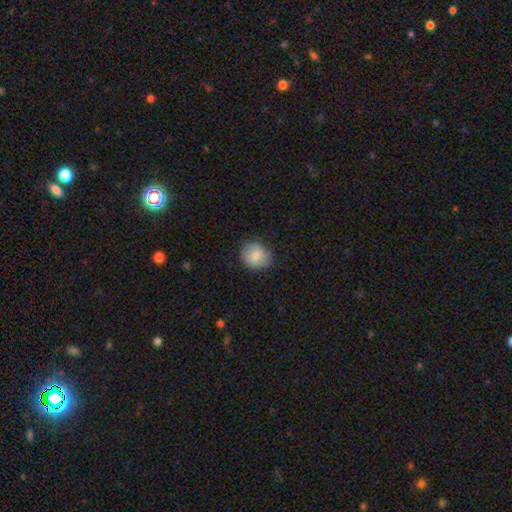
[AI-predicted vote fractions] A smooth galaxy with no disk features (80%) that is round (67%).

Vote fractions:
- Smooth or featured? smooth: 80% / featured or disk: 12% / star or artifact: 7%
- How rounded? round: 67% / in between: 32% / cigar-shaped: 1%
- Merging? none: 78% / minor disturbance: 17% / major disturbance: 4% / merger: 1%